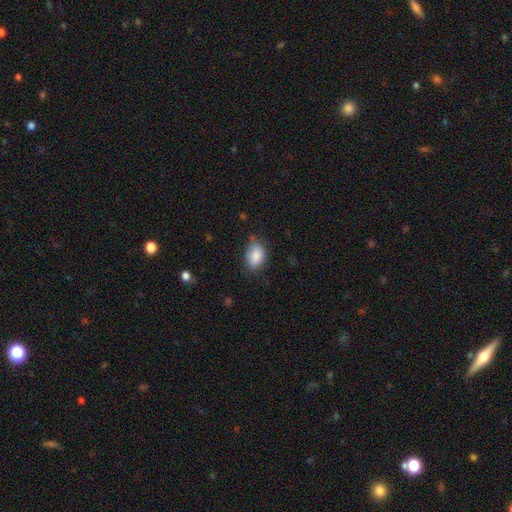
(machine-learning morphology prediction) Smooth or featured?
  - smooth: 87% *
  - star or artifact: 7%
  - featured or disk: 6%
How rounded?
  - in between: 84% *
  - round: 15%
  - cigar-shaped: 1%
Merging?
  - none: 71% *
  - minor disturbance: 23%
  - major disturbance: 4%
  - merger: 2%